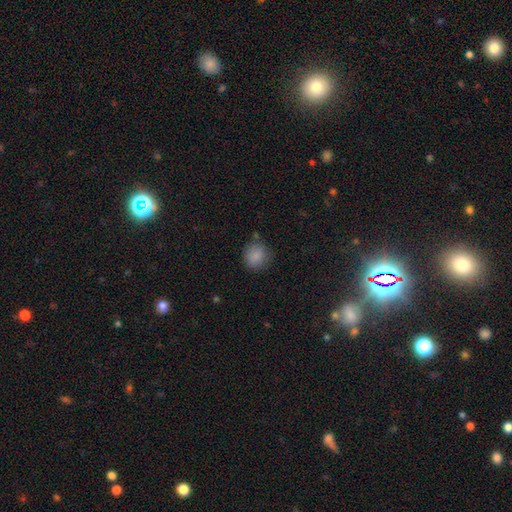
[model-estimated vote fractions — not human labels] Q: Smooth or featured?
A: smooth (86%); runner-up: star or artifact (9%)
Q: How rounded?
A: round (84%); runner-up: in between (15%)
Q: Merging?
A: none (78%); runner-up: minor disturbance (15%)